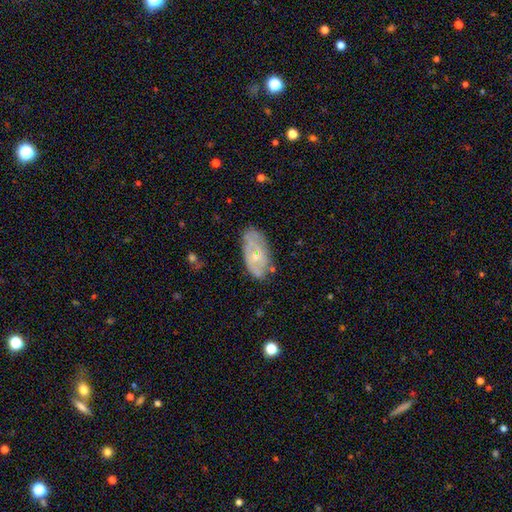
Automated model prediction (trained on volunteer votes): A featured or disk galaxy (55%) with no bar (64%), spiral arms (52%) and a small central bulge (57%).

Vote fractions:
- Smooth or featured? featured or disk: 55% / smooth: 38% / star or artifact: 7%
- Edge-on disk? no: 91% / yes: 9%
- Bar? no: 64% / weak: 30% / strong: 6%
- Spiral arms? yes: 52% / no: 48%
- Bulge size? small: 57% / moderate: 37% / none: 3% / large: 2% / dominant: 1%
- Merging? none: 63% / minor disturbance: 26% / major disturbance: 8% / merger: 3%